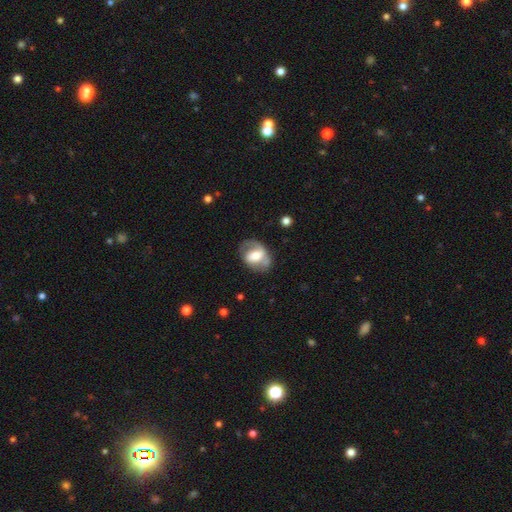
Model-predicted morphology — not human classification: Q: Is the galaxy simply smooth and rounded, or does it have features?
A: featured or disk — 59%.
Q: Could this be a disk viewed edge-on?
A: no — 95%.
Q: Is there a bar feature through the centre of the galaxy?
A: weak — 40%.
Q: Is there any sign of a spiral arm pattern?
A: yes — 66%.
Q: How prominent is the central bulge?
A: moderate — 50%.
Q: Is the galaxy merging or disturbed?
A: none — 56%.